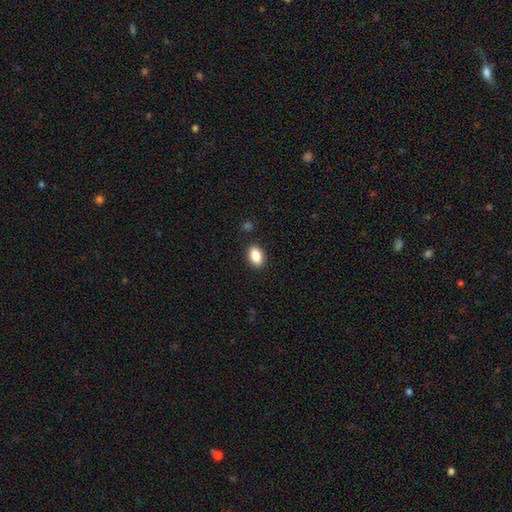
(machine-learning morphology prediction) The model was most divided on "how rounded": in between: 87%, round: 11%, cigar-shaped: 2%. More confident: merging — none (89%); smooth or featured — smooth (87%).